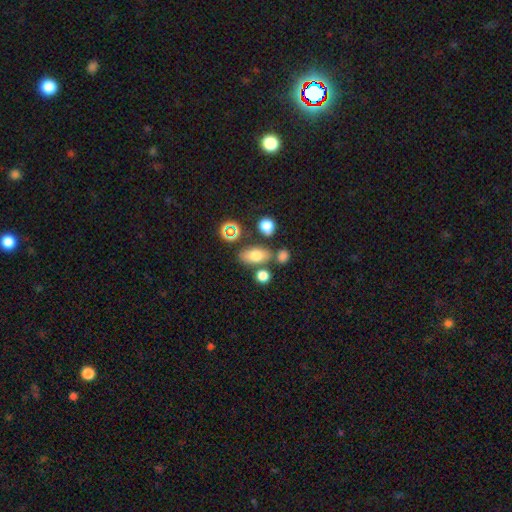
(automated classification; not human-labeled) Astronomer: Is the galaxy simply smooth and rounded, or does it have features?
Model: smooth — 71%.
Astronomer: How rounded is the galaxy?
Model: in between — 82%.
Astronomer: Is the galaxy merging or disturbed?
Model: none — 70%.